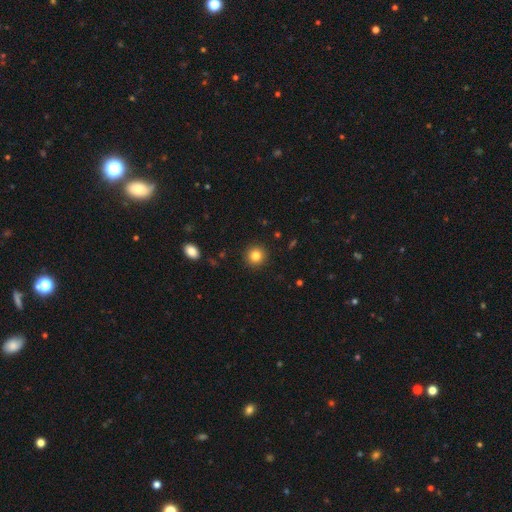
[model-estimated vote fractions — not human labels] Overall: smooth (83%). How rounded: round (93%). Merging: none (92%).